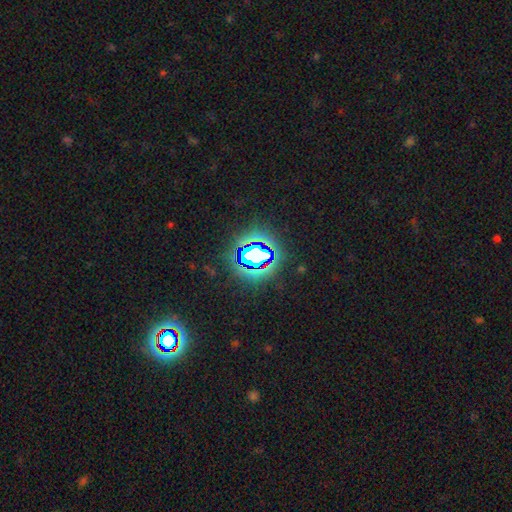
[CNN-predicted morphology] smooth-or-featured: star or artifact: 73% | smooth: 16% | featured or disk: 11%